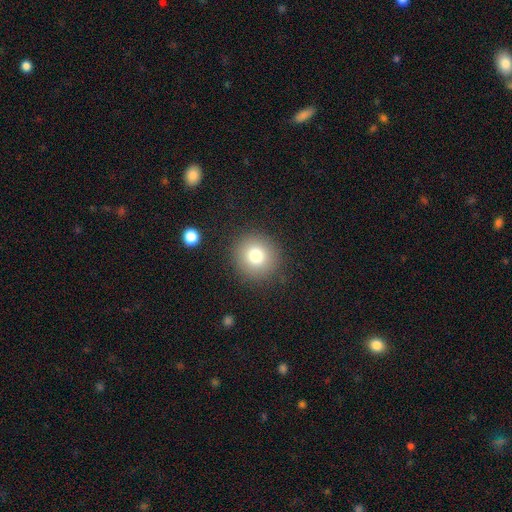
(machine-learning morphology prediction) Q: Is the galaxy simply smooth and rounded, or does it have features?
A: smooth — 78%.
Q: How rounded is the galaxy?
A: round — 93%.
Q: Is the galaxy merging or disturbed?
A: none — 88%.